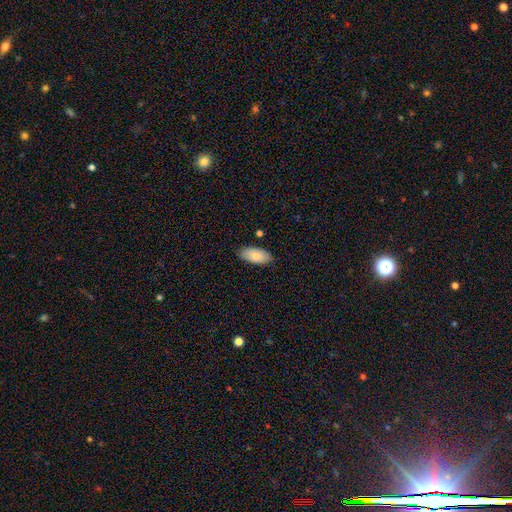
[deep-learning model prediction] smooth_or_featured: smooth (p=0.84) [alt: featured or disk p=0.10]
how_rounded: in between (p=0.93) [alt: cigar-shaped p=0.05]
merging: none (p=0.85) [alt: minor disturbance p=0.11]